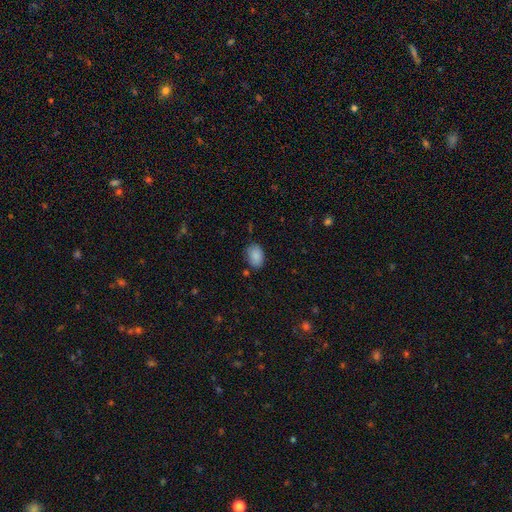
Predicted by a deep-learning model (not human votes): The model was most divided on "merging": none: 77%, minor disturbance: 17%, major disturbance: 4%, merger: 3%. More confident: smooth or featured — smooth (88%); how rounded — in between (83%).